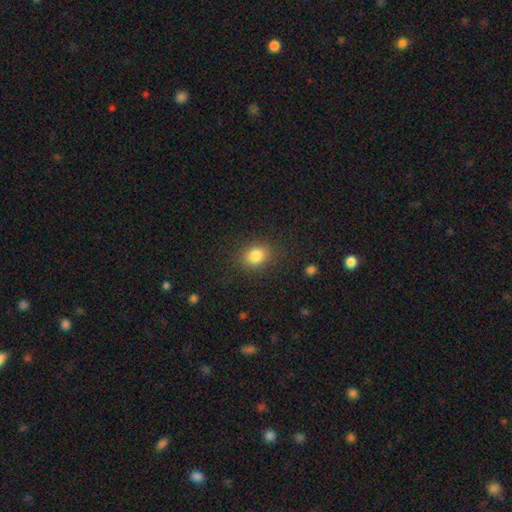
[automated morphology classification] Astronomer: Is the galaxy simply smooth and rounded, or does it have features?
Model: smooth — 83%.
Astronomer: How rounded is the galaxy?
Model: round — 53% (runner-up: in between, 46%).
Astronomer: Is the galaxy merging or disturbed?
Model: none — 85%.